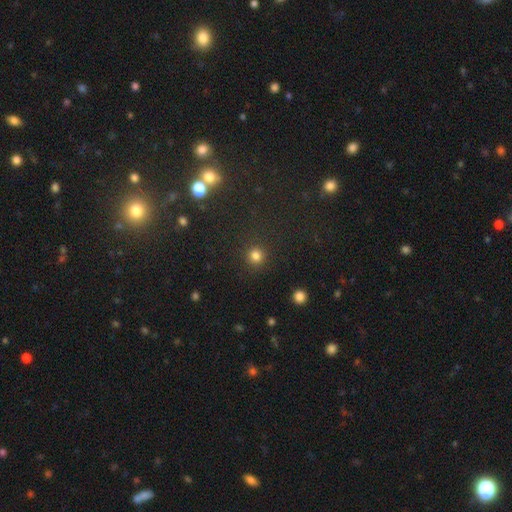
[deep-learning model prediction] Smooth or featured: smooth — 82% (star or artifact — 14%)
How rounded: round — 94% (in between — 5%)
Merging: none — 90% (minor disturbance — 6%)